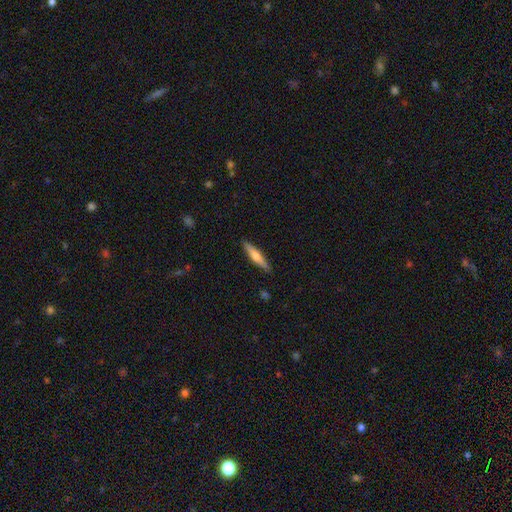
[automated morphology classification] Smooth or featured?
  - featured or disk: 49% *
  - smooth: 45%
  - star or artifact: 6%
Merging?
  - none: 89% *
  - minor disturbance: 8%
  - major disturbance: 2%
  - merger: 1%